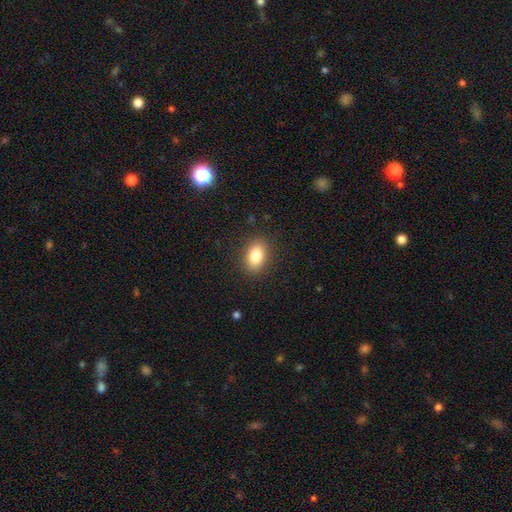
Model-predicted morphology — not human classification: smooth 83%, star or artifact 9%, featured or disk 9%. Down the decision tree: how rounded — in between (82%); merging — none (88%).